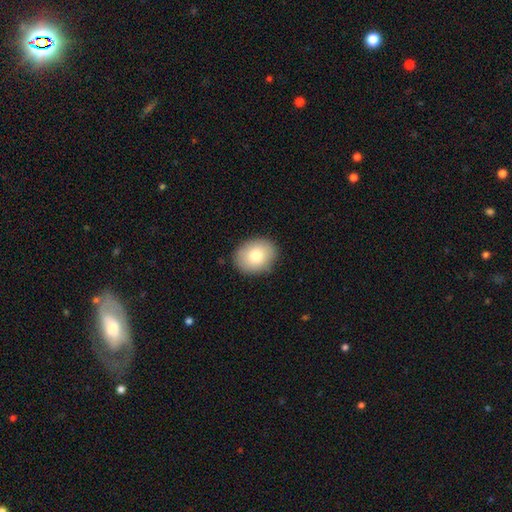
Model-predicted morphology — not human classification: smooth-or-featured: smooth: 80% | featured or disk: 12% | star or artifact: 8%
  how-rounded: in between: 54% | round: 45% | cigar-shaped: 1%
  merging: none: 87% | minor disturbance: 10% | major disturbance: 2% | merger: 1%